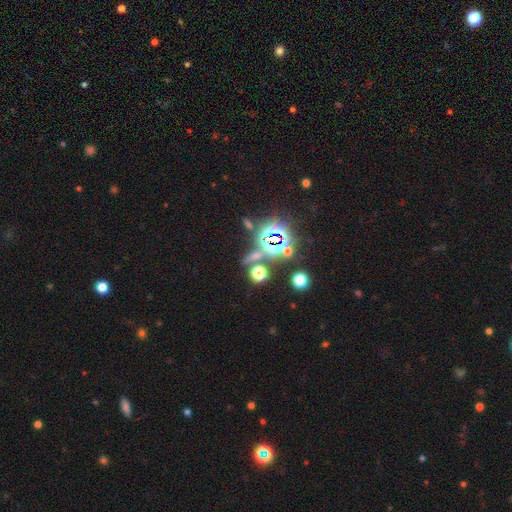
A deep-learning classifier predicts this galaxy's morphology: This appears to be a star or artifact, not a galaxy (64%).